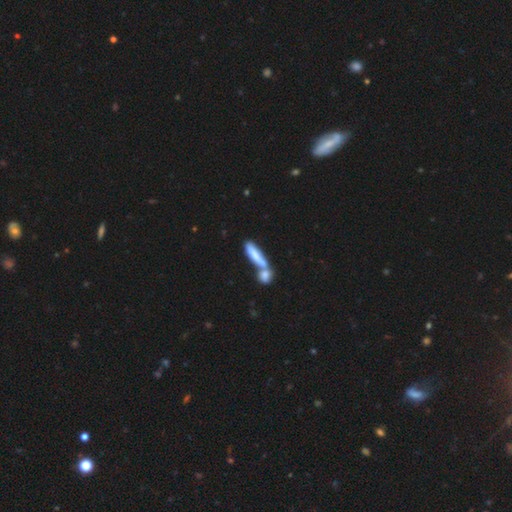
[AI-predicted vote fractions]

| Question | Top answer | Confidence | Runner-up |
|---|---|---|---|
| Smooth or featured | smooth | 71% | featured or disk (22%) |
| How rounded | cigar-shaped | 71% | in between (26%) |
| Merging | merger | 56% | none (30%) |